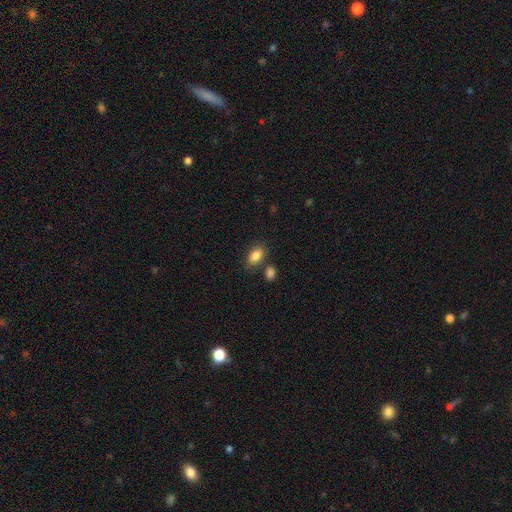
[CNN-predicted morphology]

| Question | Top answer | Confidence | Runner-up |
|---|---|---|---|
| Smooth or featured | smooth | 85% | star or artifact (8%) |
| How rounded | in between | 89% | round (9%) |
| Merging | none | 68% | minor disturbance (14%) |